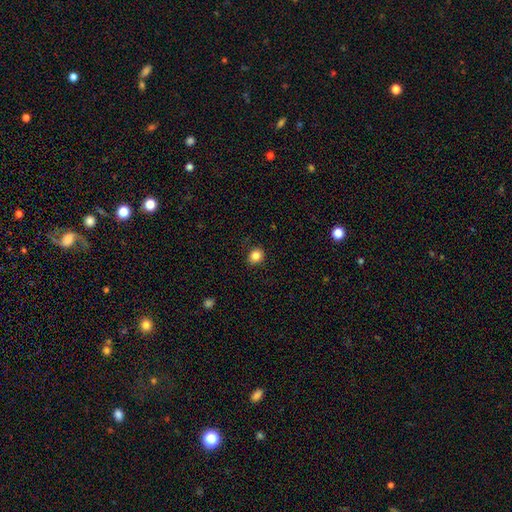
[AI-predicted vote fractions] smooth_or_featured: smooth (p=0.84) [alt: star or artifact p=0.11]
how_rounded: round (p=0.69) [alt: in between p=0.30]
merging: none (p=0.88) [alt: minor disturbance p=0.08]